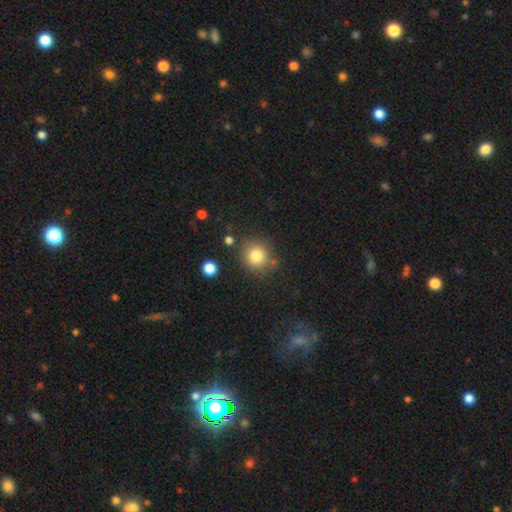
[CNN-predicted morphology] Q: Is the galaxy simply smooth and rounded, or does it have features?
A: smooth — 82%.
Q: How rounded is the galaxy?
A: round — 87%.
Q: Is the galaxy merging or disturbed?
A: none — 80%.